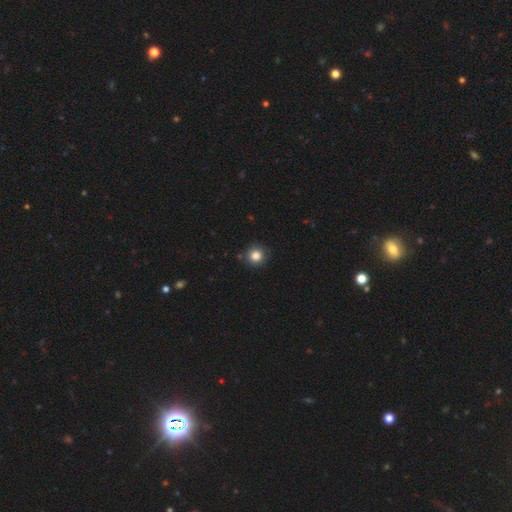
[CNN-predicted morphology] Q: Smooth or featured?
A: smooth (83%); runner-up: star or artifact (11%)
Q: How rounded?
A: round (93%); runner-up: in between (6%)
Q: Merging?
A: none (88%); runner-up: minor disturbance (8%)